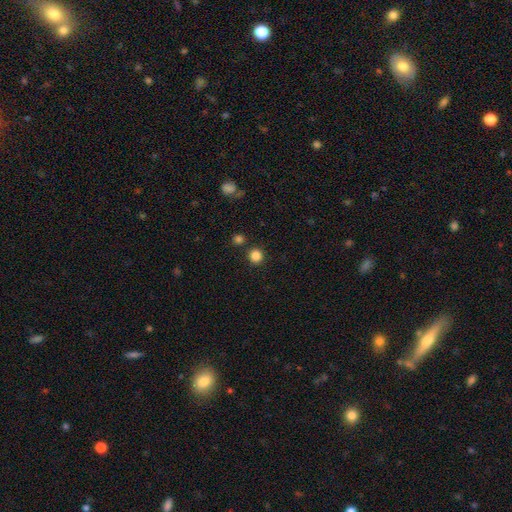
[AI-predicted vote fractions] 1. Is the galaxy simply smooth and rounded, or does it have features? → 84% smooth, 12% star or artifact, 3% featured or disk.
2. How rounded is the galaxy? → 93% round, 6% in between, 1% cigar-shaped.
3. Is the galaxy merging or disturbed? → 87% none, 6% minor disturbance, 5% merger, 2% major disturbance.